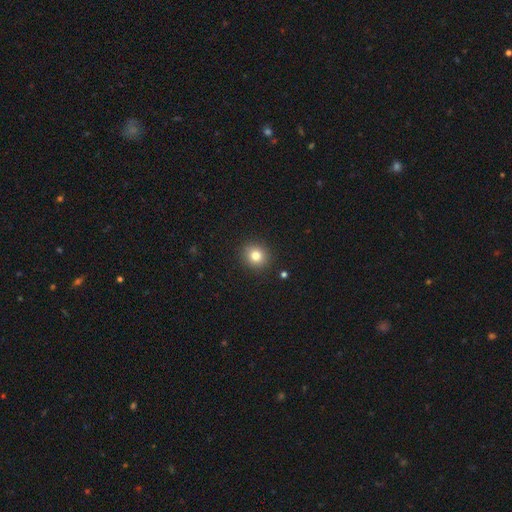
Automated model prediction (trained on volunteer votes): A smooth galaxy with no disk features (80%) that is round (85%). Merging: none (90%).